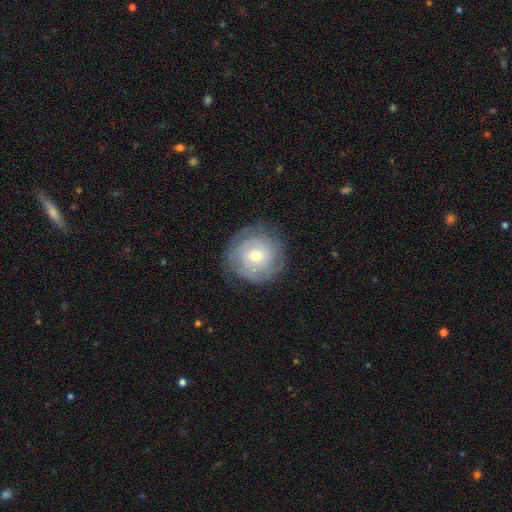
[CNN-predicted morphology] Overall: featured or disk (60%; smooth 33%). Edge-on disk: no (97%). Bar: no (75%). Spiral arms: yes (83%). Bulge size: small (49%; moderate 47%). Merging: none (79%).